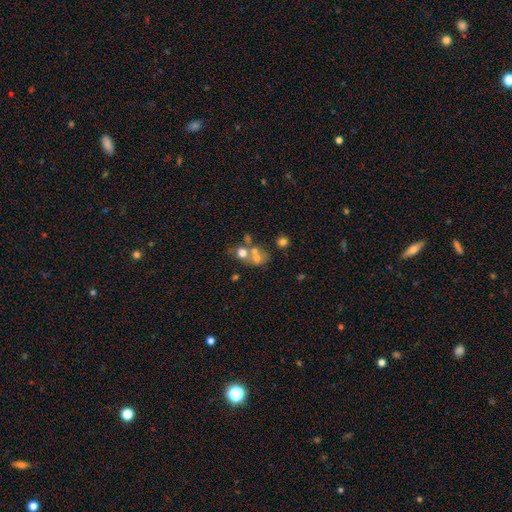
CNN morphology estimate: Overall: smooth (57%; featured or disk 27%). How rounded: round (67%; in between 32%). Merging: merger (56%; none 30%).